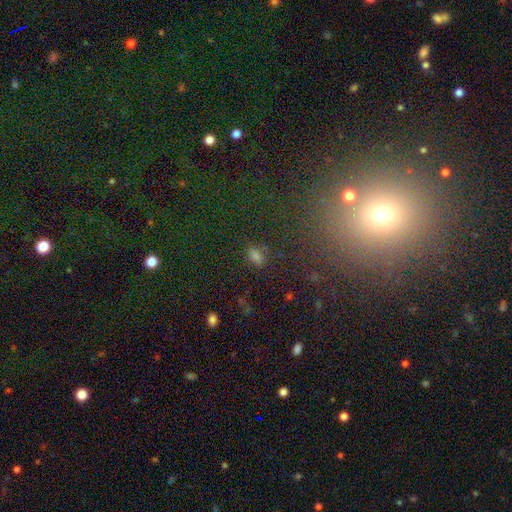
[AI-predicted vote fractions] Q: Smooth or featured?
A: smooth (66%); runner-up: star or artifact (27%)
Q: How rounded?
A: in between (79%); runner-up: round (18%)
Q: Merging?
A: none (80%); runner-up: minor disturbance (12%)